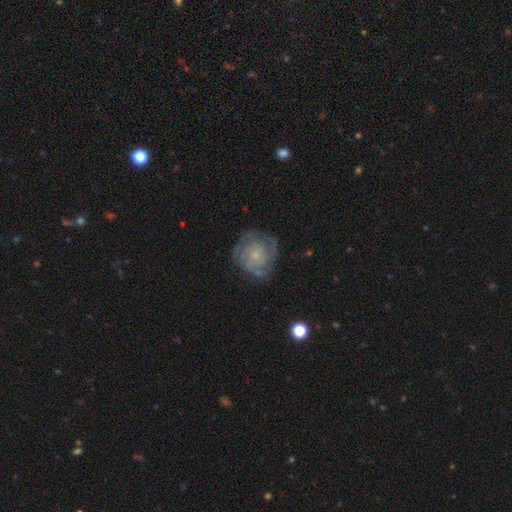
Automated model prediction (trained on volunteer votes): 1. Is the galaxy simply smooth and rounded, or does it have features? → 74% featured or disk, 18% smooth, 8% star or artifact.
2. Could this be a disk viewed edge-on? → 98% no, 2% yes.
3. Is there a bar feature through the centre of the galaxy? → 82% no, 15% weak, 3% strong.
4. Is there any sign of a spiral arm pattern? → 90% yes, 10% no.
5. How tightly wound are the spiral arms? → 65% tight, 27% medium, 7% loose.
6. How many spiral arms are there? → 37% can't tell, 21% 3, 20% 2, 11% 4, 6% more than 4, 6% 1.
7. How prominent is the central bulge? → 76% small, 11% moderate, 10% none, 1% large, 1% dominant.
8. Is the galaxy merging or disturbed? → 71% none, 18% minor disturbance, 9% major disturbance, 2% merger.